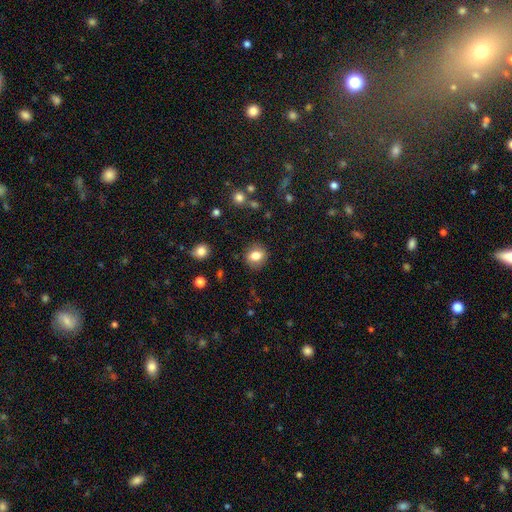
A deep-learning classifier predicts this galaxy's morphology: Smooth or featured? Predicted: smooth (p=0.80). How rounded? Predicted: round (p=0.66). Merging? Predicted: none (p=0.86).